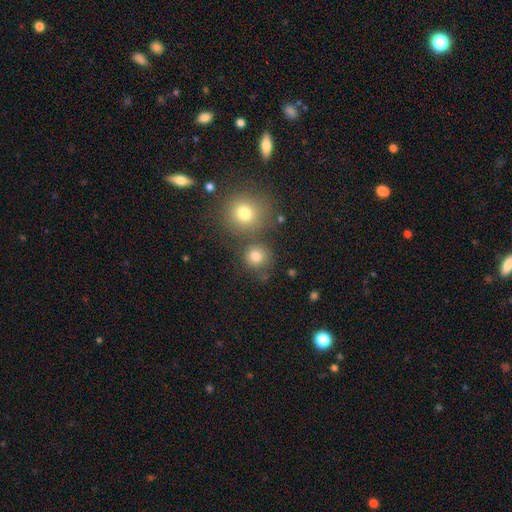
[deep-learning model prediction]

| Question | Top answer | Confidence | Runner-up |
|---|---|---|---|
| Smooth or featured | smooth | 78% | star or artifact (14%) |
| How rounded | round | 90% | in between (9%) |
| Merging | none | 70% | merger (18%) |